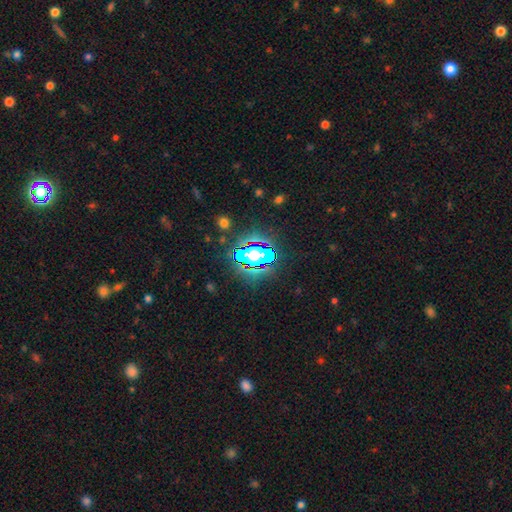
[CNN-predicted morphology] smooth_or_featured: star or artifact (p=0.77) [alt: smooth p=0.14]